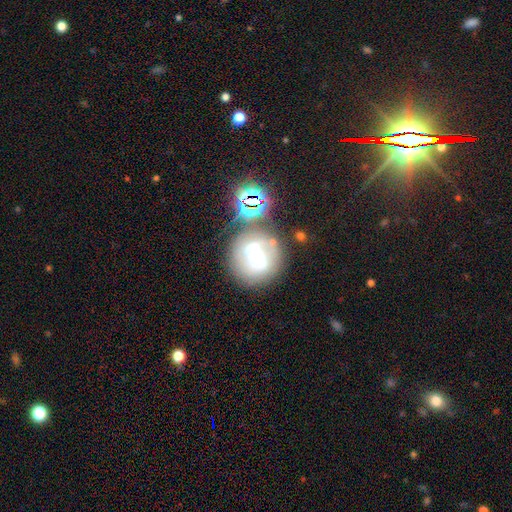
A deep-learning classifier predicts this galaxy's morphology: Smooth or featured? featured or disk (59%)
Edge-on disk? no (97%)
Bar? no (51%)
Spiral arms? yes (68%)
Bulge size? small (33%)
Merging? none (51%)